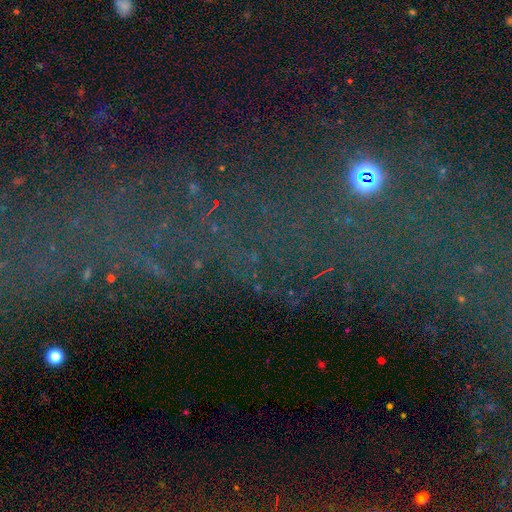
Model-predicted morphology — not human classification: smooth-or-featured: star or artifact: 73% | featured or disk: 14% | smooth: 13%